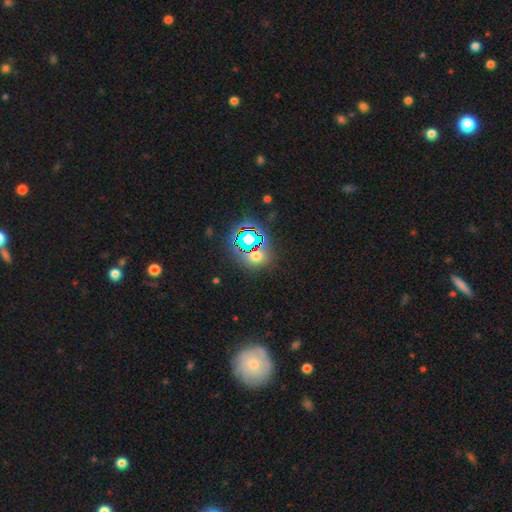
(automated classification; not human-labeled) Overall: star or artifact (54%; smooth 37%).